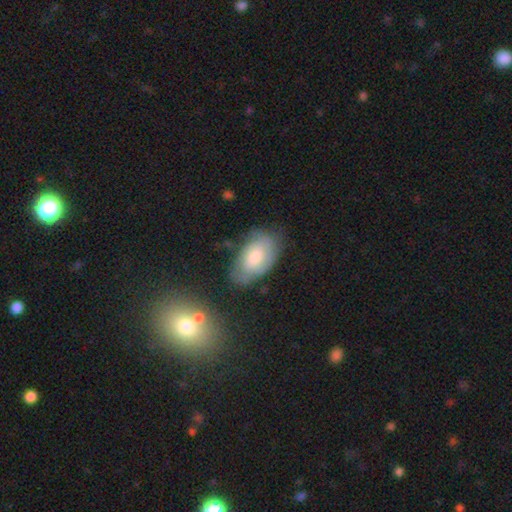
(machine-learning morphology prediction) type=smooth (62%); roundness=in between (94%); merging=none (63%).